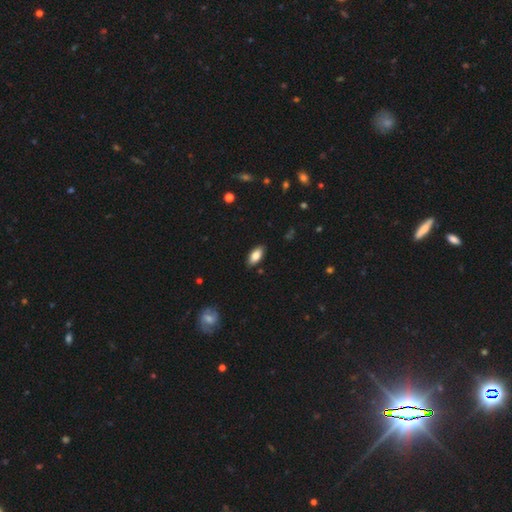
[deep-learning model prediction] Smooth or featured? smooth (84%)
How rounded? in between (90%)
Merging? none (87%)